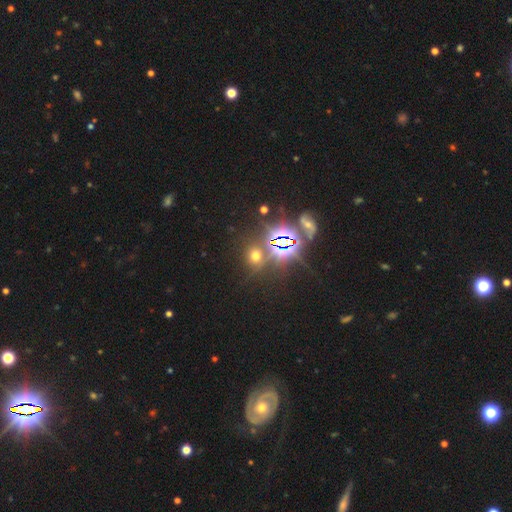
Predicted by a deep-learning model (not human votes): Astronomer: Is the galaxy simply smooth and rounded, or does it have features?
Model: star or artifact — 47% (runner-up: smooth, 44%).